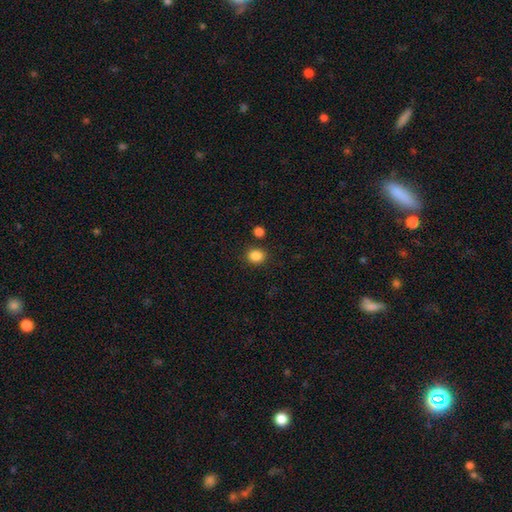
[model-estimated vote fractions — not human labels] smooth_or_featured: smooth (p=0.86) [alt: star or artifact p=0.10]
how_rounded: round (p=0.74) [alt: in between p=0.25]
merging: none (p=0.85) [alt: minor disturbance p=0.08]